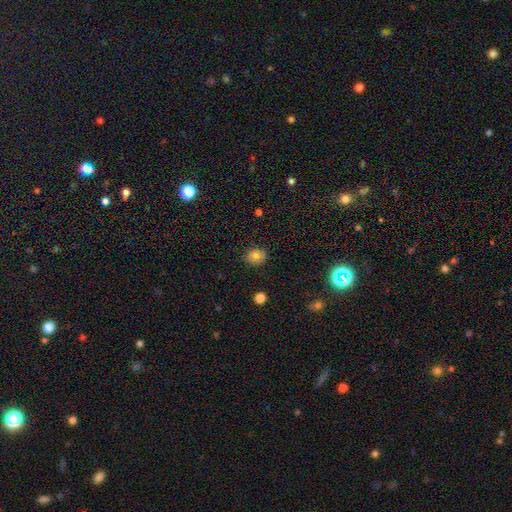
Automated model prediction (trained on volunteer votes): This is clearly a smooth galaxy (80%). How rounded: likely round (68%). Merging: clearly none (87%).